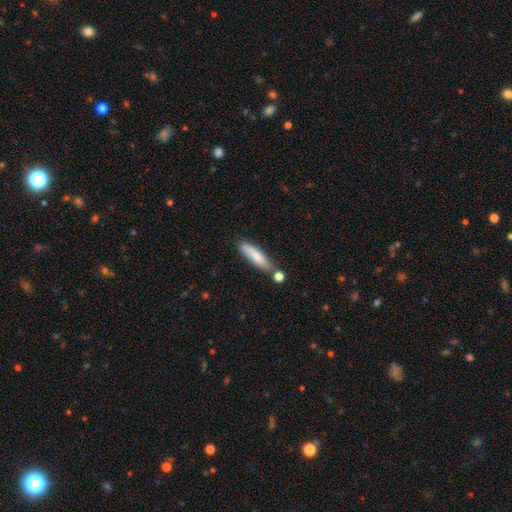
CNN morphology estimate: type=smooth (75%); roundness=cigar-shaped (75%); merging=none (70%).